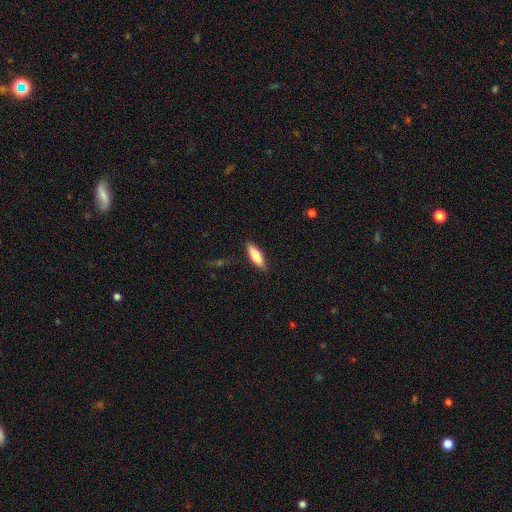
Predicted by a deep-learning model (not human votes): smooth 82%, featured or disk 12%, star or artifact 6%. Down the decision tree: how rounded — in between (62%); merging — none (87%).